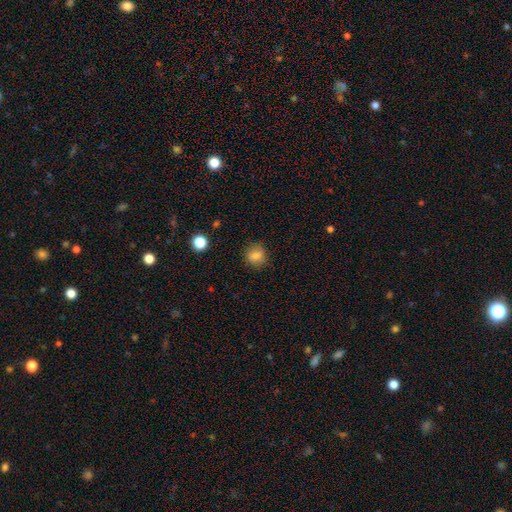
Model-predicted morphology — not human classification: Smooth or featured: smooth — 79% (featured or disk — 11%)
How rounded: round — 80% (in between — 19%)
Merging: none — 84% (minor disturbance — 11%)